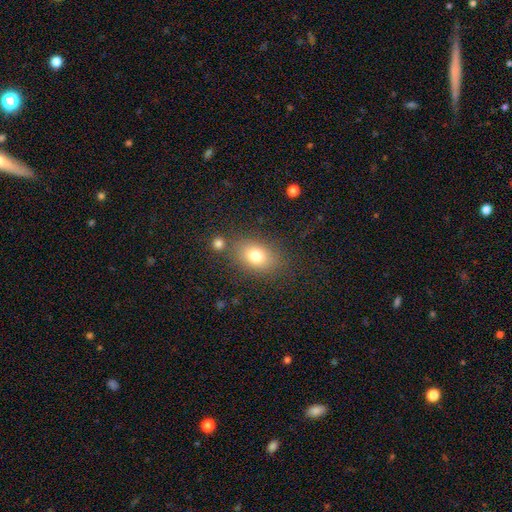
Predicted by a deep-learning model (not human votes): Smooth or featured? smooth (77%)
How rounded? in between (71%)
Merging? none (75%)